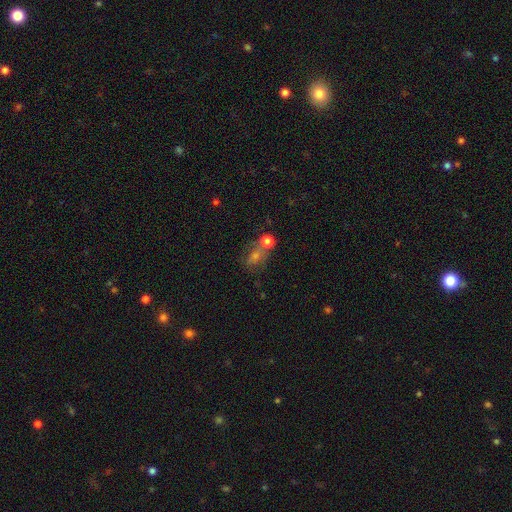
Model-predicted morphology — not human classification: Smooth or featured?
  - smooth: 51% *
  - star or artifact: 27%
  - featured or disk: 23%
How rounded?
  - in between: 52% *
  - round: 45%
  - cigar-shaped: 3%
Merging?
  - none: 51% *
  - merger: 25%
  - minor disturbance: 15%
  - major disturbance: 9%